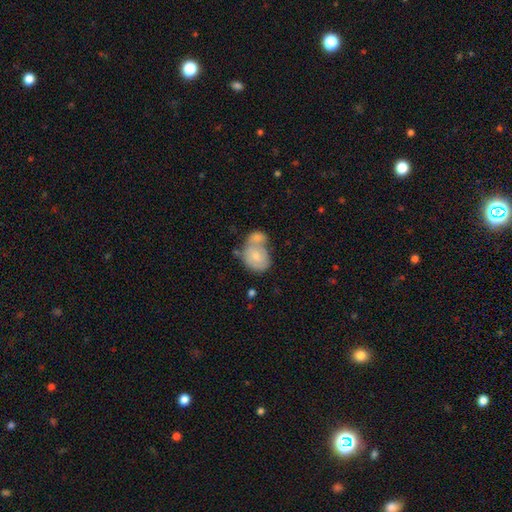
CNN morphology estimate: Overall: smooth (67%). How rounded: in between (55%; round 44%). Merging: merger (62%).